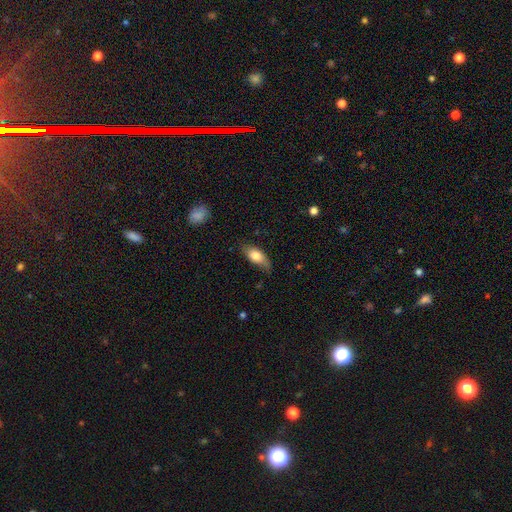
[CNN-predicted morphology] Q: Smooth or featured?
A: smooth (73%); runner-up: featured or disk (21%)
Q: How rounded?
A: in between (84%); runner-up: cigar-shaped (11%)
Q: Merging?
A: none (62%); runner-up: minor disturbance (29%)